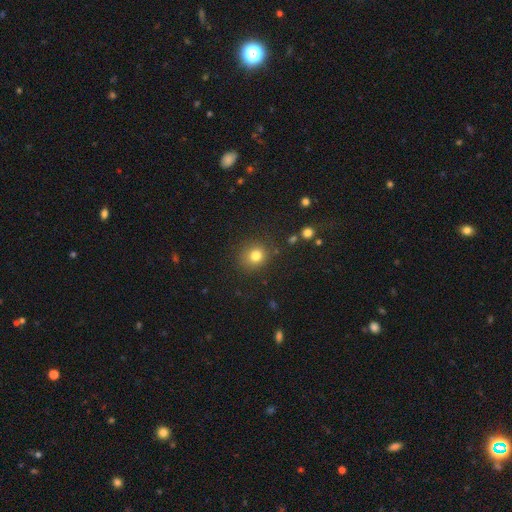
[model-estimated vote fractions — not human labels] Smooth or featured? Predicted: smooth (p=0.79). How rounded? Predicted: round (p=0.82). Merging? Predicted: none (p=0.83).